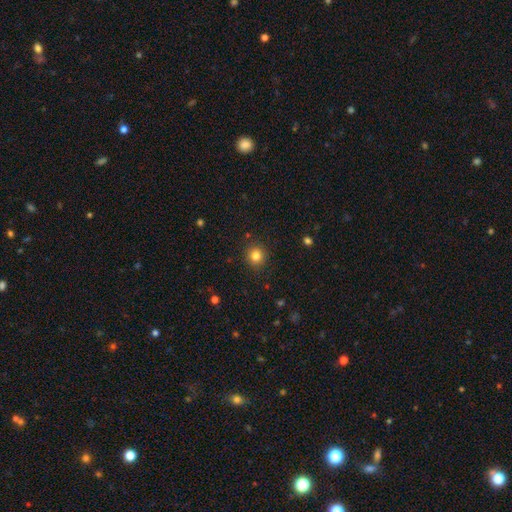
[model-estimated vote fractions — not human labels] A smooth galaxy with no disk features (82%) that is round (90%).

Vote fractions:
- Smooth or featured? smooth: 82% / star or artifact: 12% / featured or disk: 5%
- How rounded? round: 90% / in between: 9% / cigar-shaped: 1%
- Merging? none: 90% / minor disturbance: 7% / major disturbance: 2% / merger: 1%